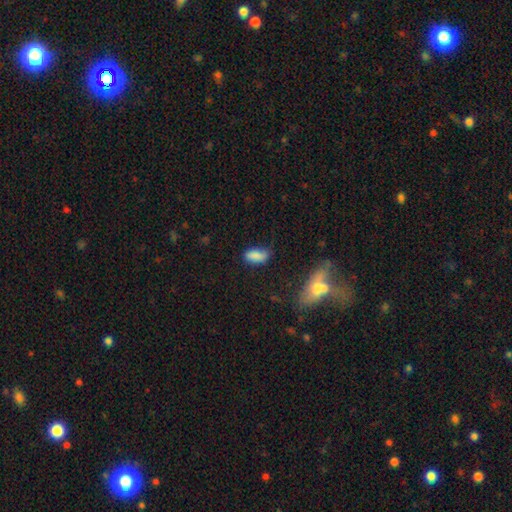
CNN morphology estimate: Smooth or featured? smooth (82%)
How rounded? in between (85%)
Merging? none (55%)